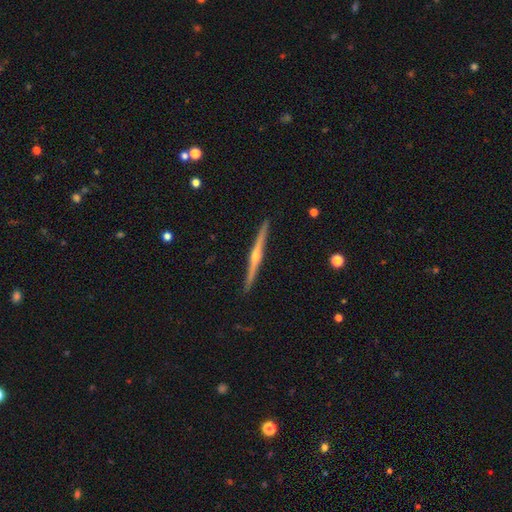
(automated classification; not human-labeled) Smooth or featured? featured or disk (83%)
Edge-on disk? yes (99%)
Edge-on bulge? rounded (86%)
Merging? none (92%)